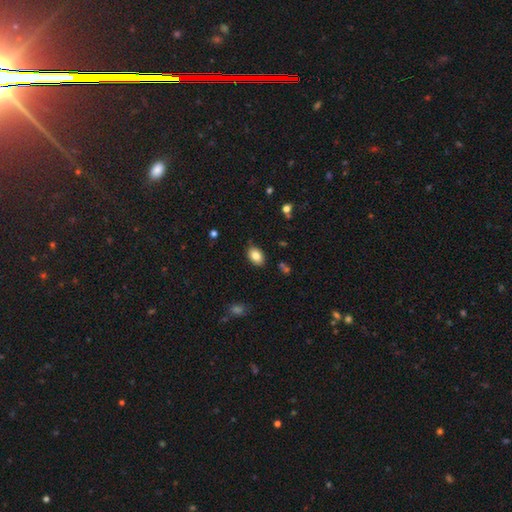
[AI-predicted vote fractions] This appears to be a smooth galaxy with no disk features (84%) that is in between round and cigar-shaped (87%). Merging: none (85%).